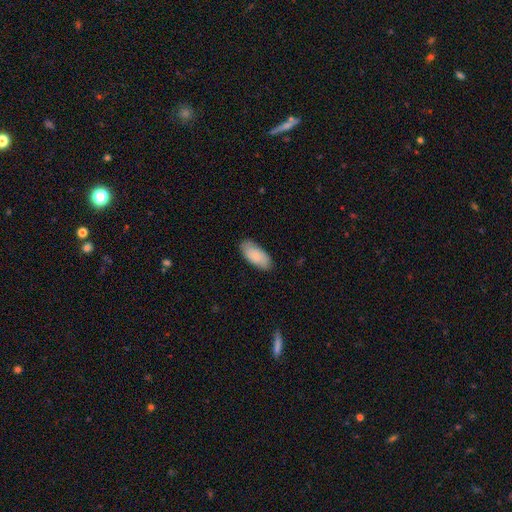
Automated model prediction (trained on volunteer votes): Overall: smooth (81%). How rounded: in between (92%). Merging: none (80%).